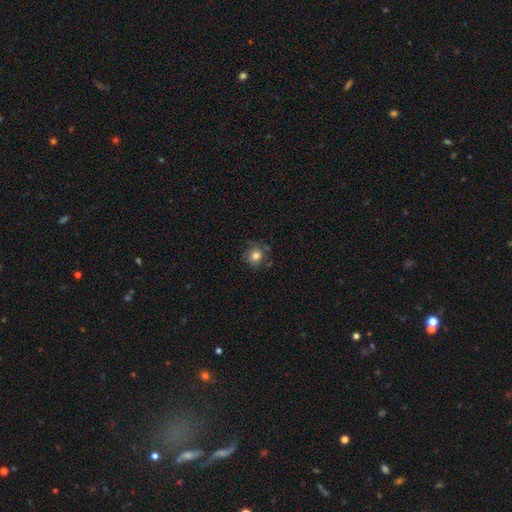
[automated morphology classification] The model was most divided on "merging": none: 68%, minor disturbance: 21%, major disturbance: 8%, merger: 3%. More confident: how rounded — round (81%); smooth or featured — smooth (74%).